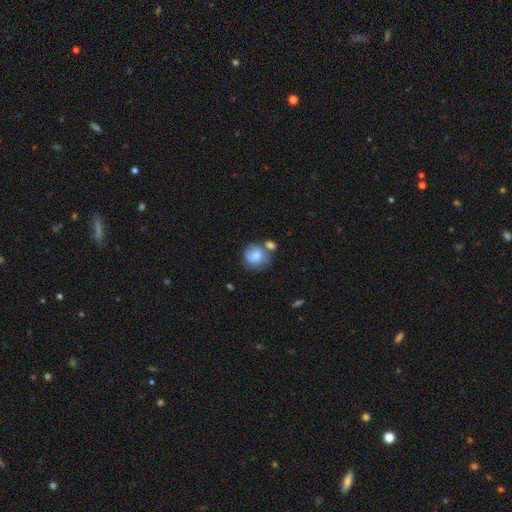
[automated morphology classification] This is likely a smooth galaxy (66%). How rounded: likely round (77%). Merging: marginally none (42%).